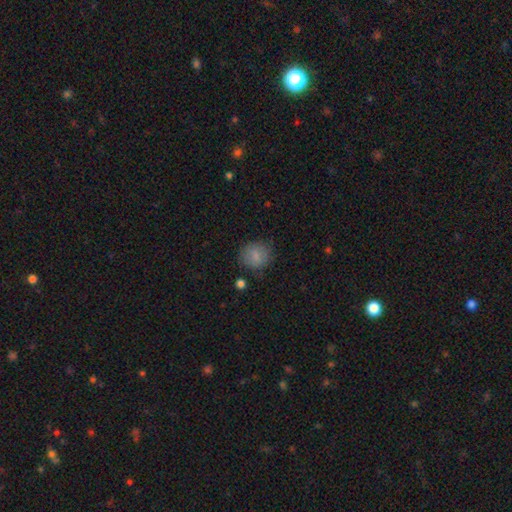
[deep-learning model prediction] A smooth galaxy with no disk features (82%) that is round (80%).

Vote fractions:
- Smooth or featured? smooth: 82% / star or artifact: 9% / featured or disk: 9%
- How rounded? round: 80% / in between: 19% / cigar-shaped: 1%
- Merging? none: 77% / minor disturbance: 16% / major disturbance: 5% / merger: 2%